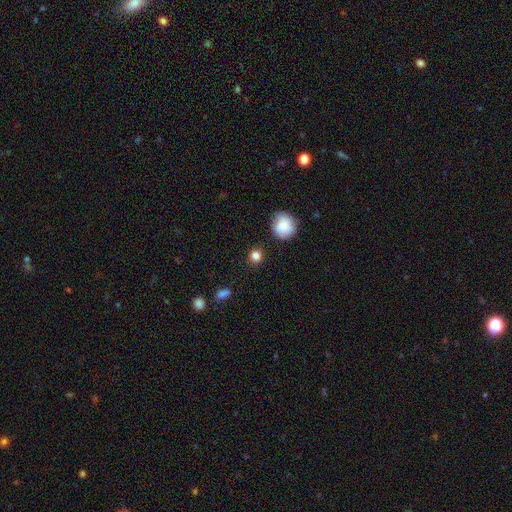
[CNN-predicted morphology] Smooth or featured? Predicted: smooth (p=0.84). How rounded? Predicted: round (p=0.87). Merging? Predicted: none (p=0.85).